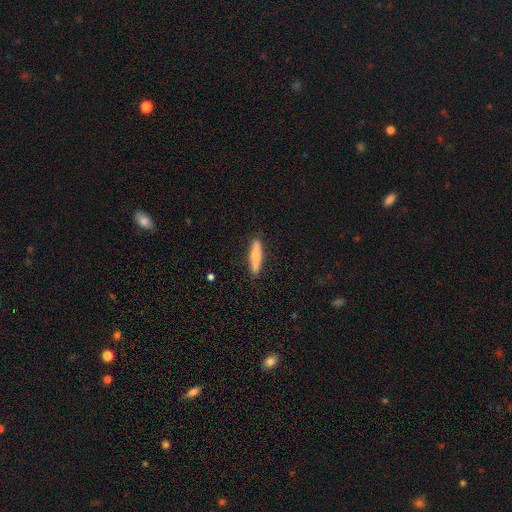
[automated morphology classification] smooth-or-featured: smooth: 70% | featured or disk: 24% | star or artifact: 6%
  how-rounded: cigar-shaped: 86% | in between: 13% | round: 2%
  merging: none: 89% | minor disturbance: 8% | major disturbance: 2% | merger: 1%